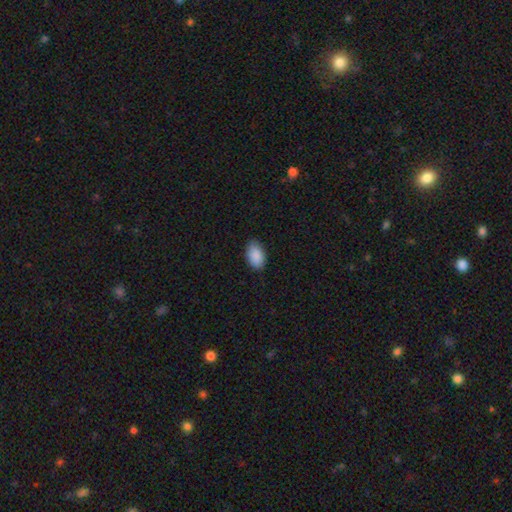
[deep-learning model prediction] This appears to be a smooth galaxy with no disk features (90%) that is in between round and cigar-shaped (93%). Merging: none (84%).